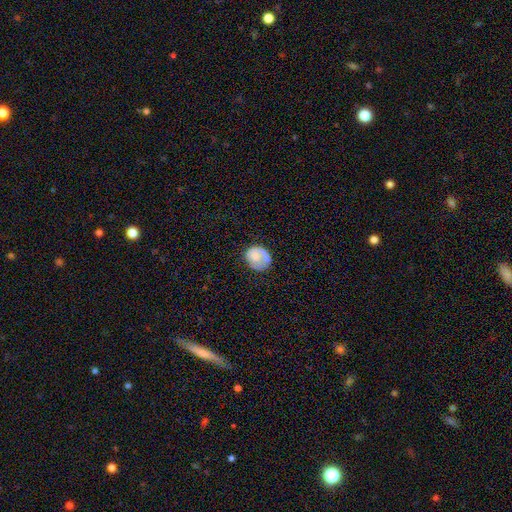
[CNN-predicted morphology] A smooth galaxy with no disk features (60%) that is round (69%). Merging: none (51%).